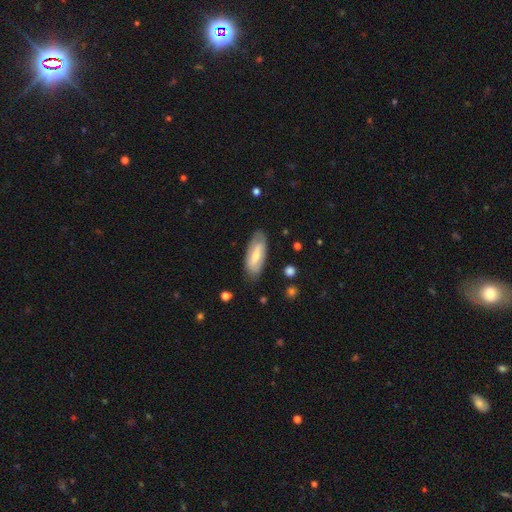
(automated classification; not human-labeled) Smooth or featured? smooth (48%)
Merging? none (81%)